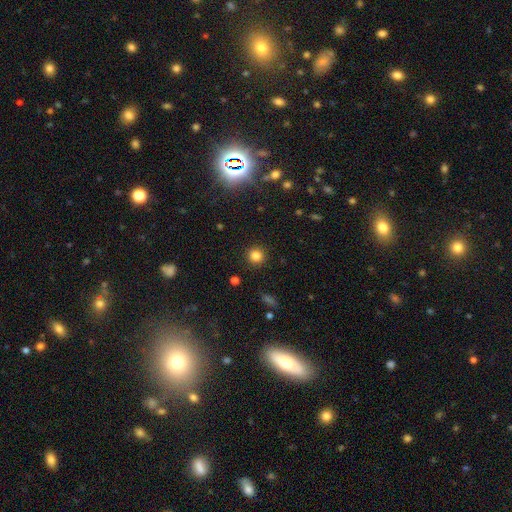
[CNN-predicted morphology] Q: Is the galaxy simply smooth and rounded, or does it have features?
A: smooth — 82%.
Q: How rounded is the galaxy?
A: round — 94%.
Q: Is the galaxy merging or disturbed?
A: none — 91%.